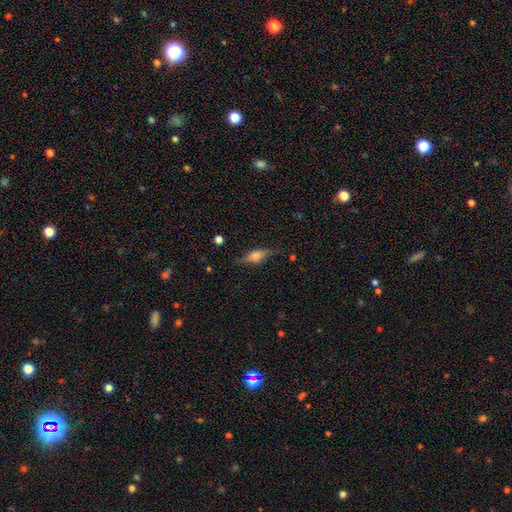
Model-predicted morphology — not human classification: The model was most divided on "smooth or featured": featured or disk: 54%, smooth: 37%, star or artifact: 9%. More confident: edge-on disk — yes (93%); edge-on bulge — rounded (84%); merging — none (78%).